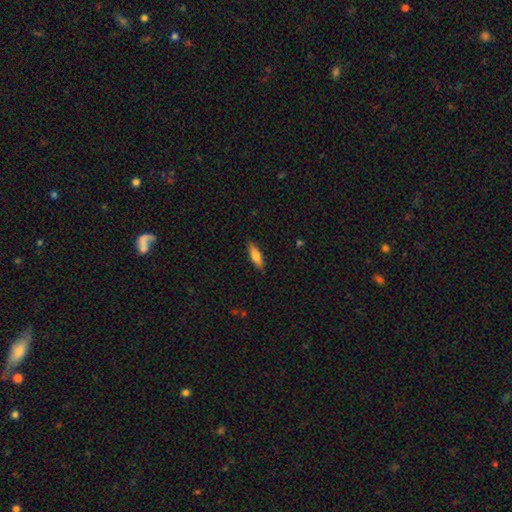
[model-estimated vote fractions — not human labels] This appears to be a smooth galaxy with no disk features (75%) that is in between round and cigar-shaped (52%). Merging: none (86%).